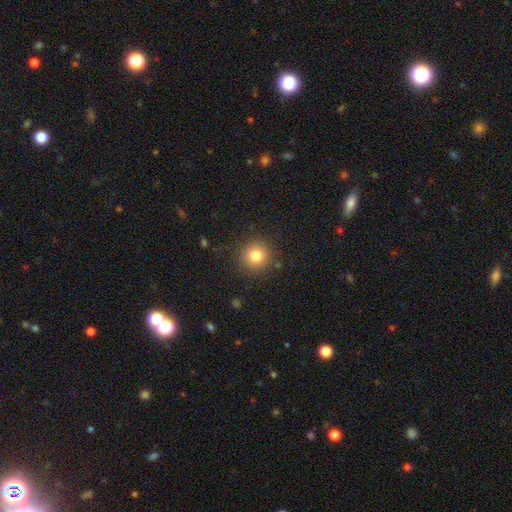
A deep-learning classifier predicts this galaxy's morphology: The model was most divided on "smooth or featured": smooth: 81%, star or artifact: 12%, featured or disk: 7%. More confident: how rounded — round (93%); merging — none (88%).